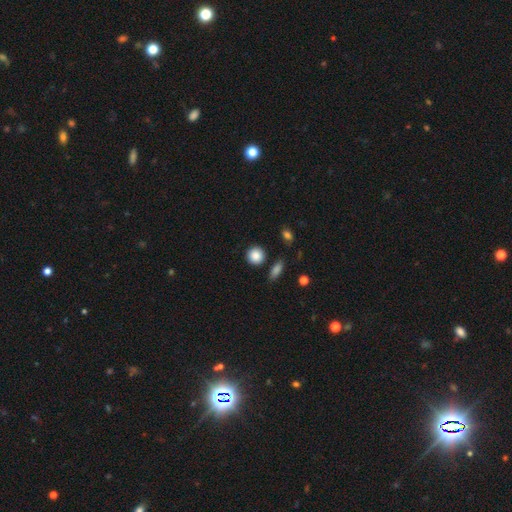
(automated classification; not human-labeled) Smooth or featured? Predicted: smooth (p=0.87). How rounded? Predicted: round (p=0.90). Merging? Predicted: none (p=0.86).